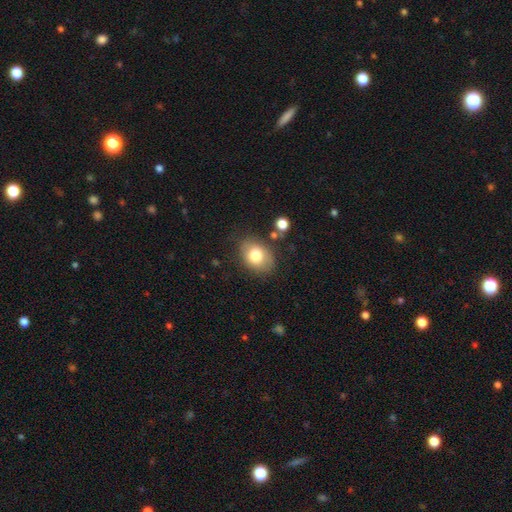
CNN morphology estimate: The model was most divided on "how rounded": in between: 68%, round: 31%, cigar-shaped: 1%. More confident: smooth or featured — smooth (78%); merging — none (76%).